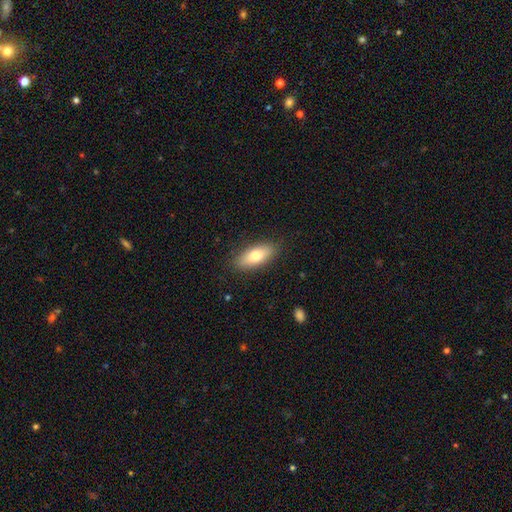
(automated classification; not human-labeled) smooth 76%, featured or disk 17%, star or artifact 6%. Down the decision tree: how rounded — in between (77%); merging — none (86%).